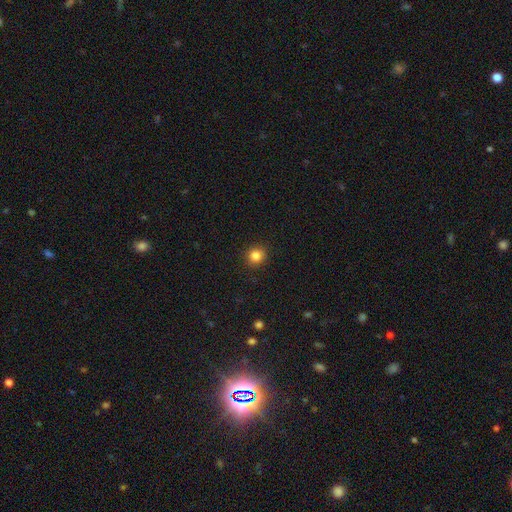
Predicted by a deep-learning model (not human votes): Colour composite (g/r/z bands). It shows a smooth galaxy with no disk features (84%) that is round (91%). Merging: none (91%).